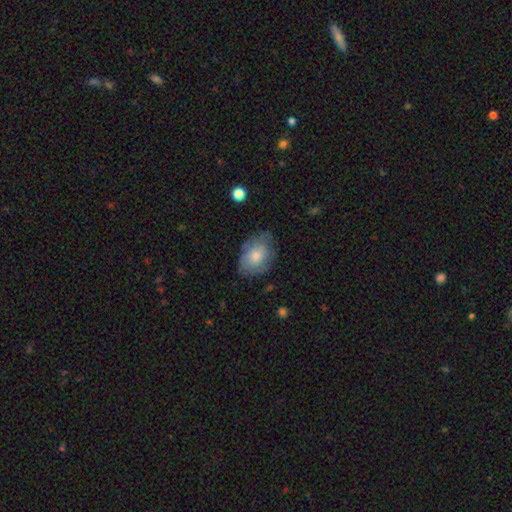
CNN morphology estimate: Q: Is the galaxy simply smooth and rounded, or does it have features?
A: smooth — 68%.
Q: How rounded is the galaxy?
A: in between — 80%.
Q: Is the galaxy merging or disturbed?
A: none — 59%.